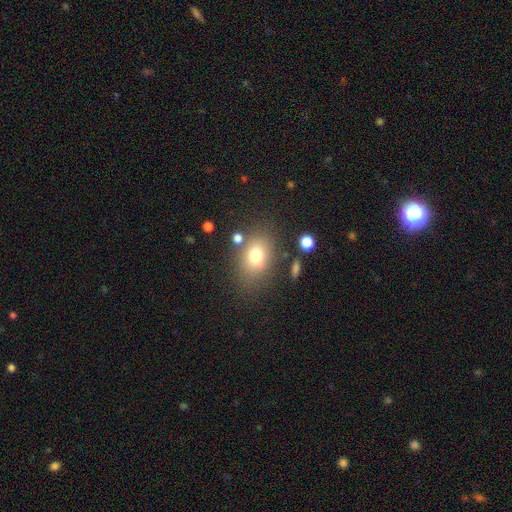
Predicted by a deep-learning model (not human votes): Smooth or featured? Predicted: smooth (p=0.73). How rounded? Predicted: in between (p=0.69). Merging? Predicted: none (p=0.70).